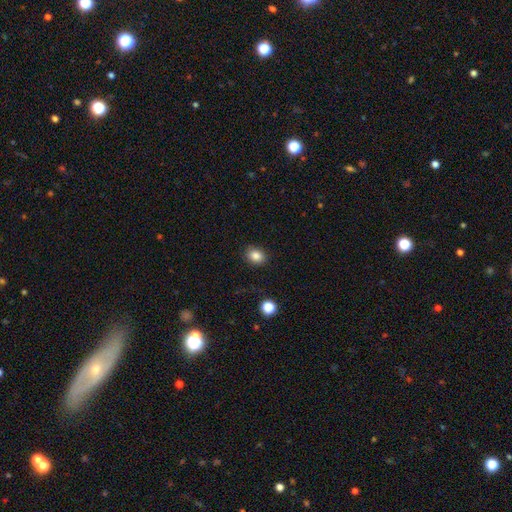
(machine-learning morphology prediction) The model was most divided on "how rounded": in between: 57%, round: 42%, cigar-shaped: 1%. More confident: merging — none (87%); smooth or featured — smooth (85%).